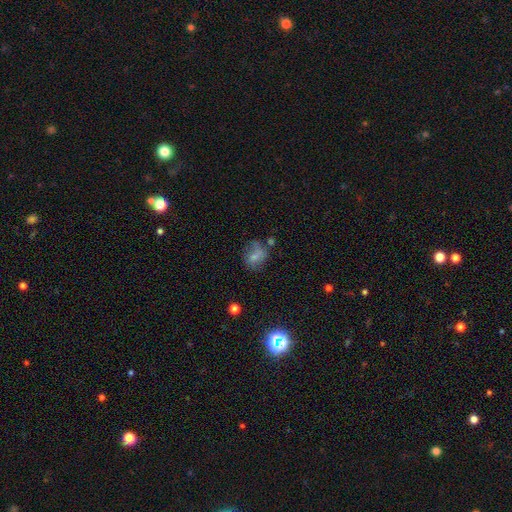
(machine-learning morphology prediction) smooth-or-featured: smooth: 59% | featured or disk: 28% | star or artifact: 13%
  how-rounded: in between: 51% | round: 47% | cigar-shaped: 2%
  merging: none: 50% | minor disturbance: 25% | major disturbance: 16% | merger: 9%